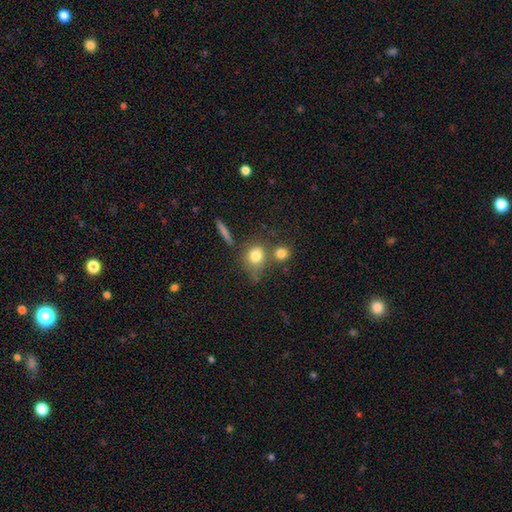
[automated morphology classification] This is likely a smooth galaxy (77%). How rounded: likely round (68%). Merging: possibly none (55%).